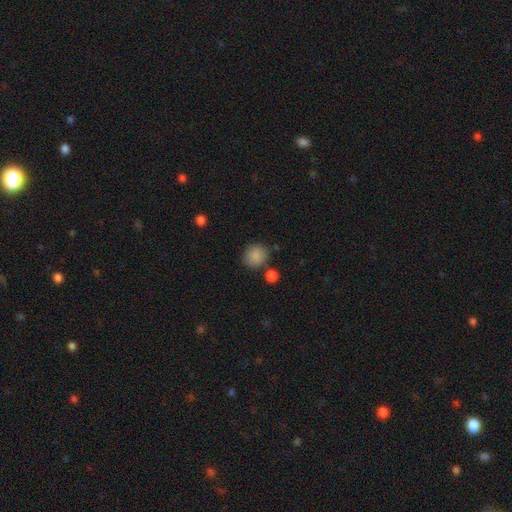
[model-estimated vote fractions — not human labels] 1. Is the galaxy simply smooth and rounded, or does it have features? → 87% smooth, 9% star or artifact, 4% featured or disk.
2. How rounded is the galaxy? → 82% round, 17% in between, 1% cigar-shaped.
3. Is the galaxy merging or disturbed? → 77% none, 12% minor disturbance, 8% merger, 4% major disturbance.